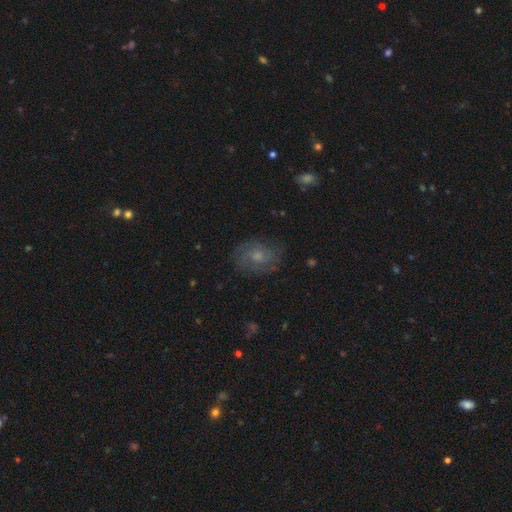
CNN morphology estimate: A featured or disk galaxy (58%) with no bar (74%), spiral arms (85%) and a moderate central bulge (49%).

Vote fractions:
- Smooth or featured? featured or disk: 58% / smooth: 29% / star or artifact: 13%
- Edge-on disk? no: 97% / yes: 3%
- Bar? no: 74% / weak: 23% / strong: 3%
- Spiral arms? yes: 85% / no: 15%
- Bulge size? moderate: 49% / small: 40% / none: 5% / large: 5% / dominant: 1%
- Merging? none: 77% / minor disturbance: 15% / major disturbance: 6% / merger: 1%